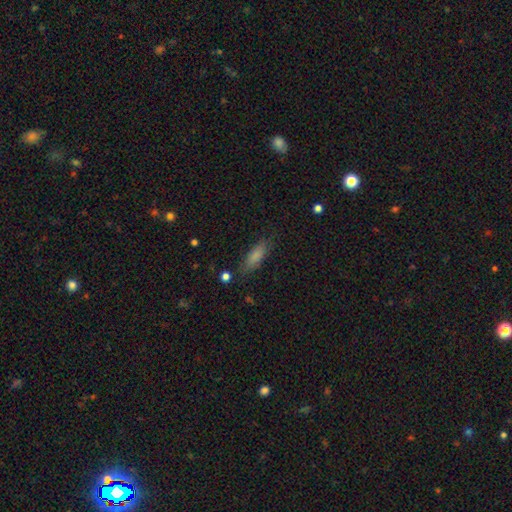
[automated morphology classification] A smooth galaxy with no disk features (82%) that is in between round and cigar-shaped (61%).

Vote fractions:
- Smooth or featured? smooth: 82% / featured or disk: 10% / star or artifact: 8%
- How rounded? in between: 61% / cigar-shaped: 37% / round: 2%
- Merging? none: 79% / minor disturbance: 15% / major disturbance: 4% / merger: 2%